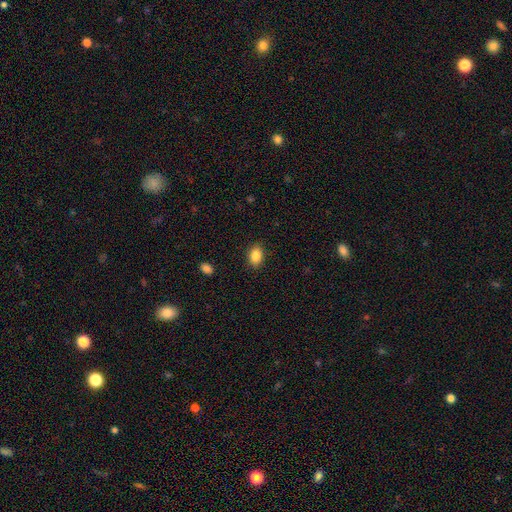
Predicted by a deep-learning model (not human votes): smooth 86%, star or artifact 8%, featured or disk 6%. Down the decision tree: how rounded — in between (82%); merging — none (88%).